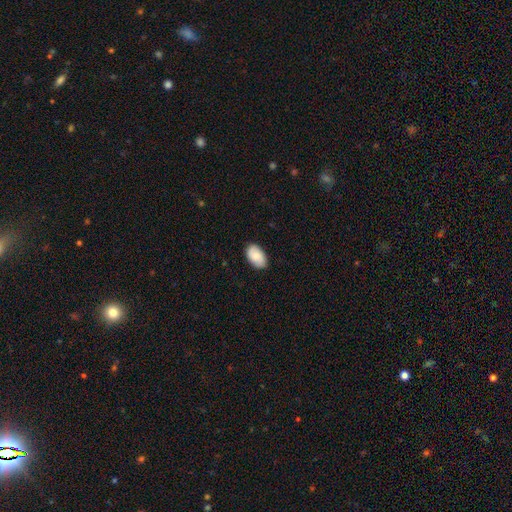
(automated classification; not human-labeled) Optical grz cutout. It shows a smooth galaxy with no disk features (82%) that is in between round and cigar-shaped (94%). Merging: none (85%).